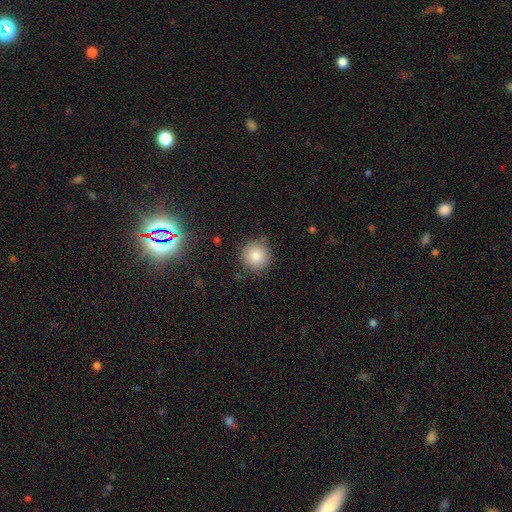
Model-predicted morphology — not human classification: Q: Smooth or featured?
A: smooth (83%); runner-up: star or artifact (10%)
Q: How rounded?
A: round (93%); runner-up: in between (6%)
Q: Merging?
A: none (85%); runner-up: minor disturbance (11%)